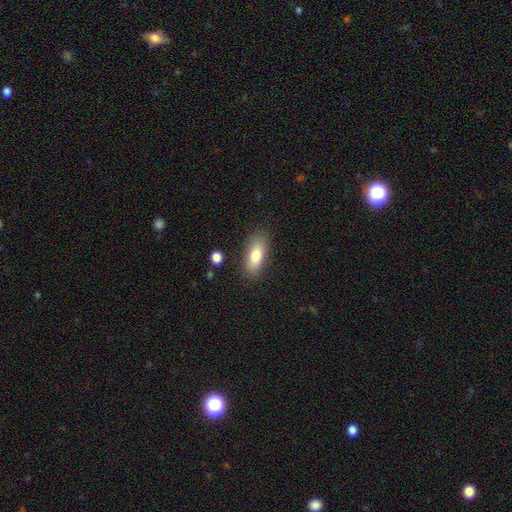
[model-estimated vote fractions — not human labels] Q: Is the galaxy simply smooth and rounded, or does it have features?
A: smooth — 78%.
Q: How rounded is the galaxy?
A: in between — 76%.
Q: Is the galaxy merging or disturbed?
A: none — 82%.